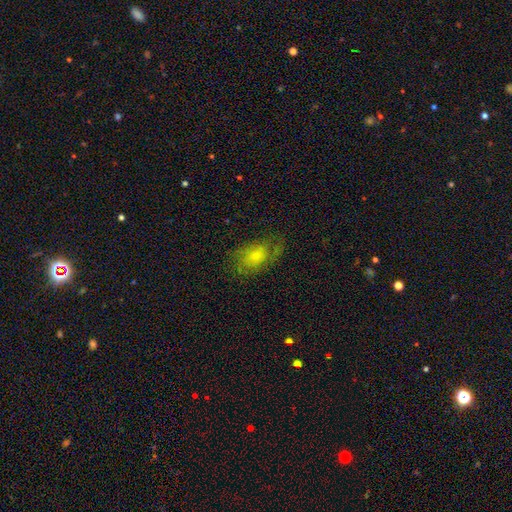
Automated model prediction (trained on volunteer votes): This appears to be a smooth galaxy with no disk features (45%). Merging: none (60%).